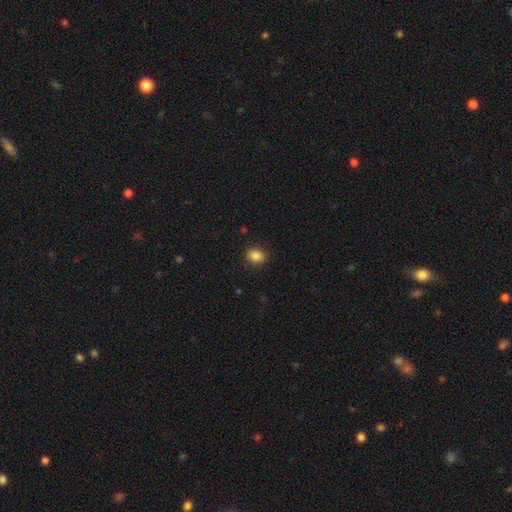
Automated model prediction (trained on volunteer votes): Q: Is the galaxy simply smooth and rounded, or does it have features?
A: smooth — 86%.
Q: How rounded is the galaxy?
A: in between — 51%.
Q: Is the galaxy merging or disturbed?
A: none — 86%.